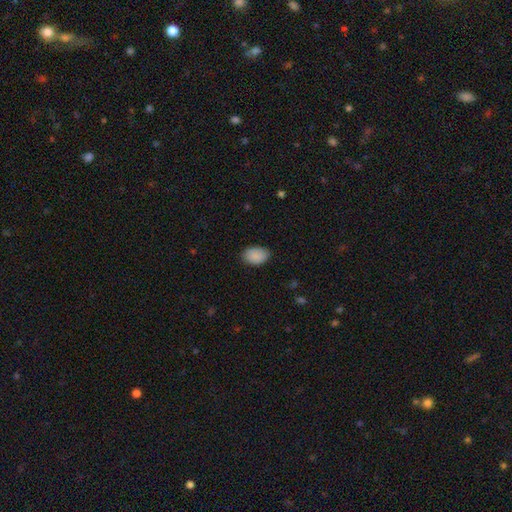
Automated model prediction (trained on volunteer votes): Overall: smooth (90%). How rounded: in between (88%). Merging: none (84%).